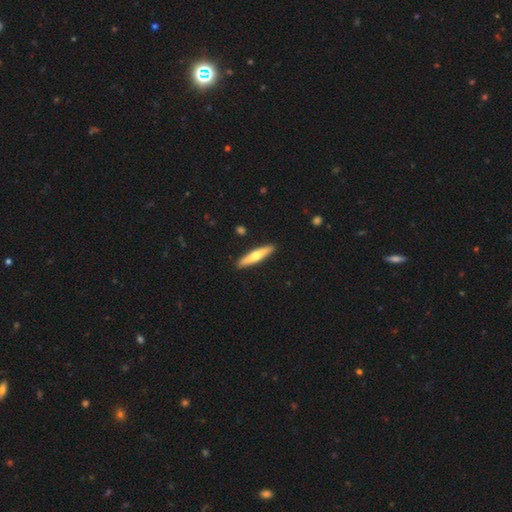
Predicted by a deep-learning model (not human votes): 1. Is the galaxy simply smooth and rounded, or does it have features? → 48% smooth, 47% featured or disk, 5% star or artifact.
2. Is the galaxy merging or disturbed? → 91% none, 6% minor disturbance, 1% major disturbance, 1% merger.